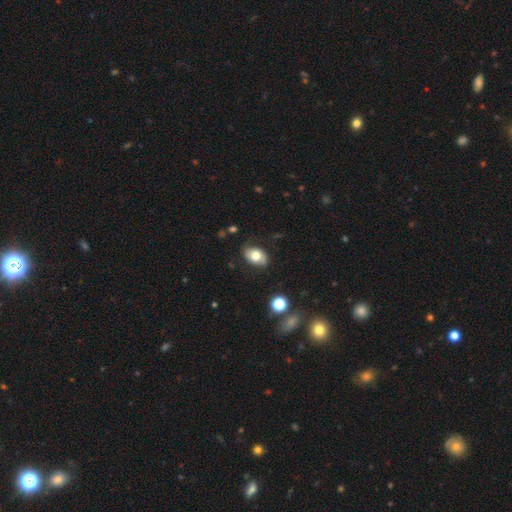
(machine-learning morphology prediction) This is likely a smooth galaxy (66%). How rounded: clearly in between (84%). Merging: likely none (75%).